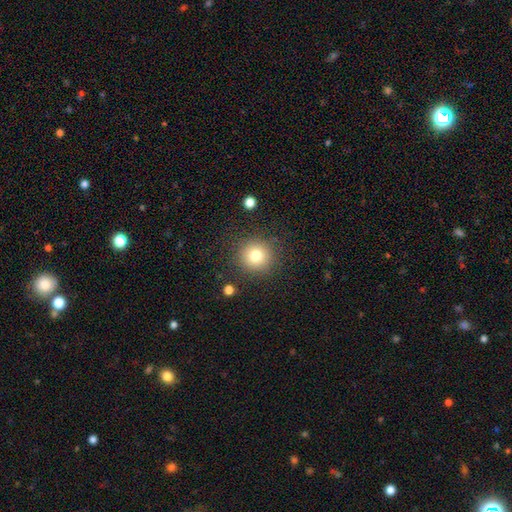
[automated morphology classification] This is likely a smooth galaxy (76%). How rounded: clearly round (94%). Merging: clearly none (90%).